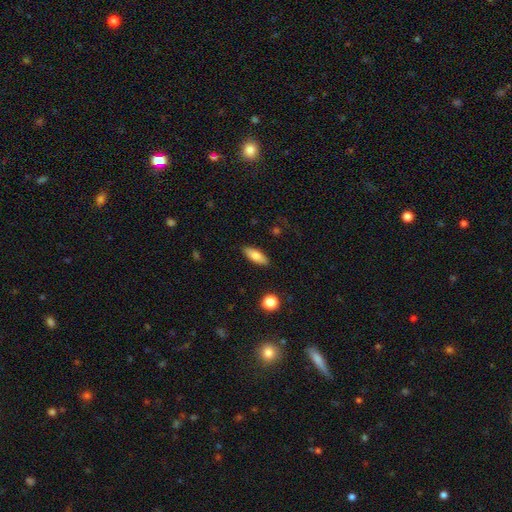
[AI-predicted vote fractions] A smooth galaxy with no disk features (77%) that is in between round and cigar-shaped (67%).

Vote fractions:
- Smooth or featured? smooth: 77% / featured or disk: 17% / star or artifact: 7%
- How rounded? in between: 67% / cigar-shaped: 30% / round: 3%
- Merging? none: 88% / minor disturbance: 9% / major disturbance: 2% / merger: 1%